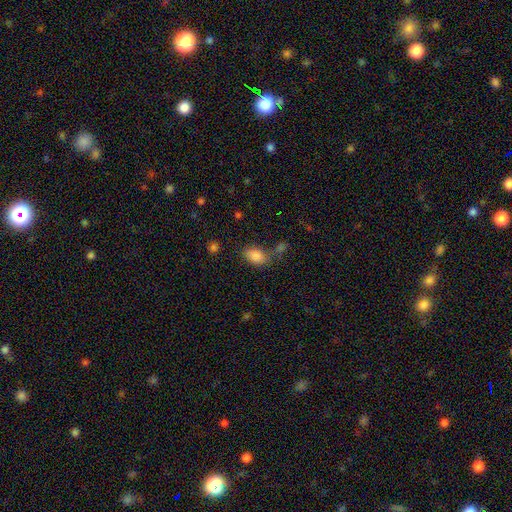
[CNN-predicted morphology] This appears to be a smooth galaxy with no disk features (85%) that is in between round and cigar-shaped (87%). Merging: none (63%).